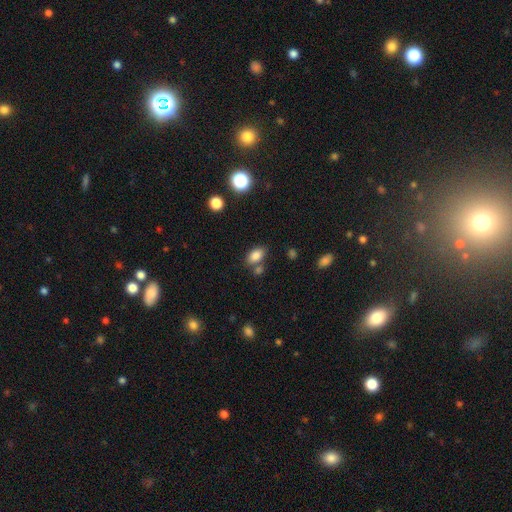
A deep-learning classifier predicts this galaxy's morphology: This is clearly a smooth galaxy (83%). How rounded: clearly in between (88%). Merging: likely none (64%).